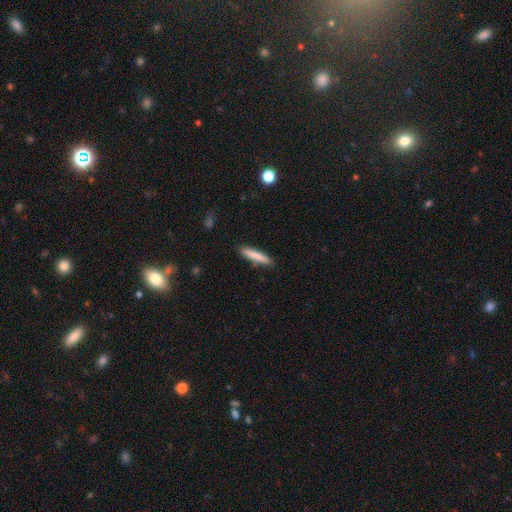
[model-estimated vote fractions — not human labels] smooth 83%, featured or disk 11%, star or artifact 6%. Down the decision tree: how rounded — cigar-shaped (91%); merging — none (88%).